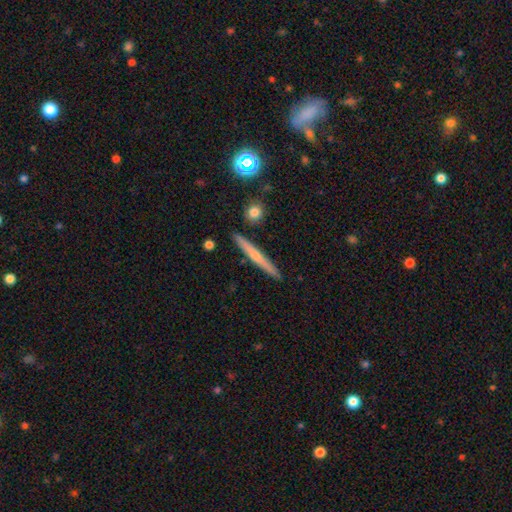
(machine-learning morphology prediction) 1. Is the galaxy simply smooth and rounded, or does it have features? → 49% featured or disk, 44% smooth, 7% star or artifact.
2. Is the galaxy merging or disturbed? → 90% none, 7% minor disturbance, 2% merger, 1% major disturbance.